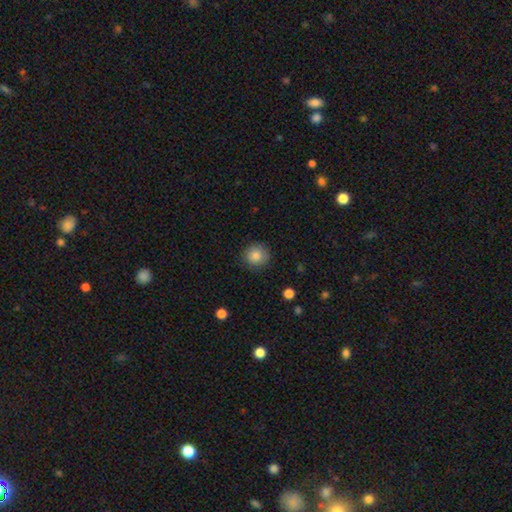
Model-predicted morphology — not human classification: smooth-or-featured: smooth: 86% | star or artifact: 9% | featured or disk: 6%
  how-rounded: round: 92% | in between: 7% | cigar-shaped: 1%
  merging: none: 86% | minor disturbance: 10% | major disturbance: 3% | merger: 1%